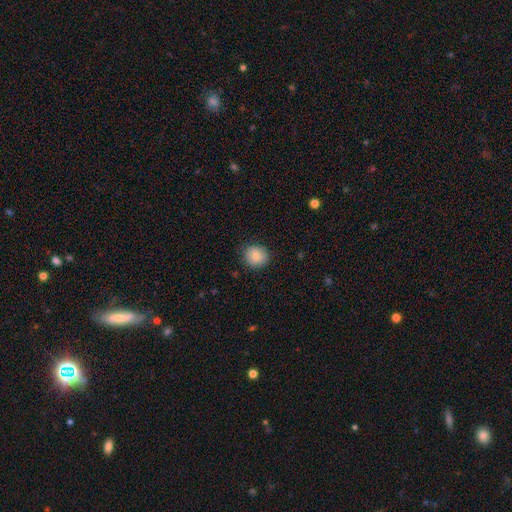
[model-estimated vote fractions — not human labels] smooth-or-featured: smooth: 84% | star or artifact: 8% | featured or disk: 8%
  how-rounded: round: 82% | in between: 17% | cigar-shaped: 1%
  merging: none: 86% | minor disturbance: 10% | major disturbance: 3% | merger: 1%